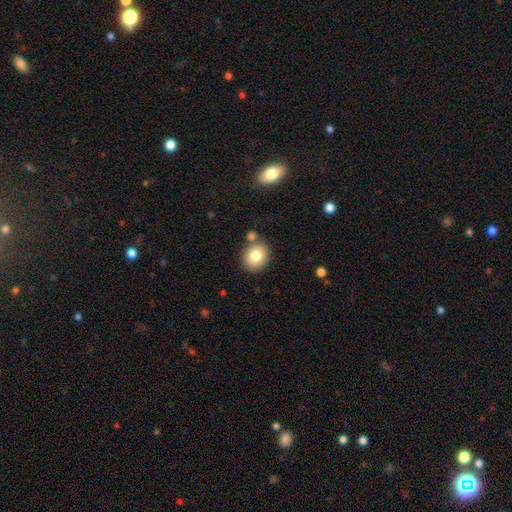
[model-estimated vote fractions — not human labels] A smooth galaxy with no disk features (79%) that is round (70%).

Vote fractions:
- Smooth or featured? smooth: 79% / featured or disk: 12% / star or artifact: 9%
- How rounded? round: 70% / in between: 29% / cigar-shaped: 1%
- Merging? none: 73% / merger: 14% / minor disturbance: 11% / major disturbance: 3%